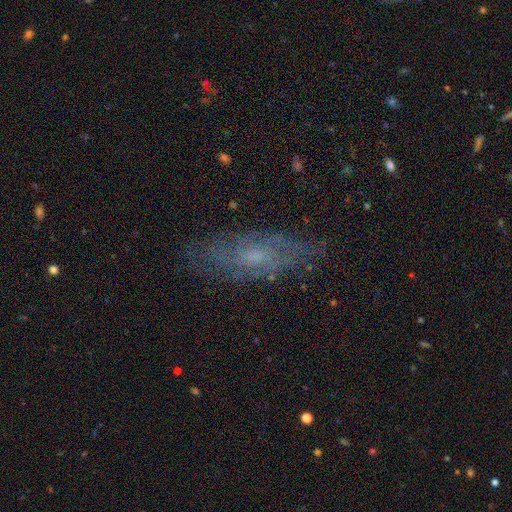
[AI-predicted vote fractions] A featured or disk galaxy (59%).

Vote fractions:
- Smooth or featured? featured or disk: 59% / smooth: 32% / star or artifact: 9%
- Edge-on disk? no: 77% / yes: 23%
- Merging? none: 75% / minor disturbance: 18% / major disturbance: 6% / merger: 1%